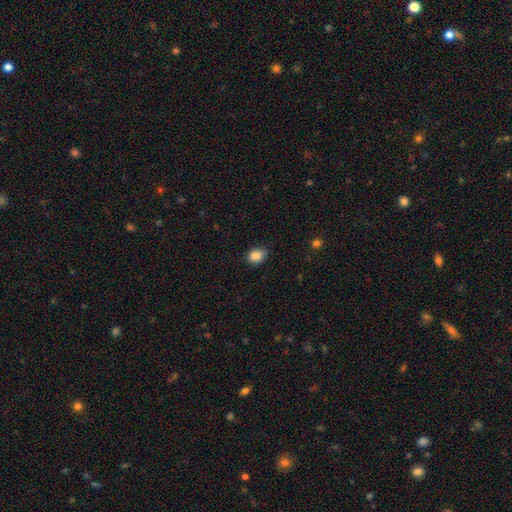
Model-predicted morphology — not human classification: Smooth or featured? Predicted: smooth (p=0.87). How rounded? Predicted: in between (p=0.59). Merging? Predicted: none (p=0.79).